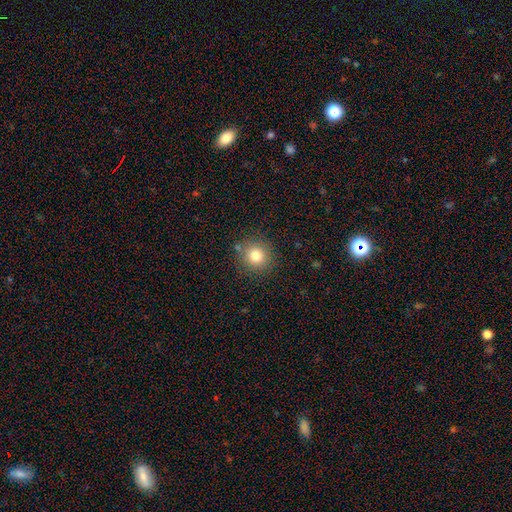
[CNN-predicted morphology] This appears to be a smooth galaxy with no disk features (80%) that is round (93%). Merging: none (85%).